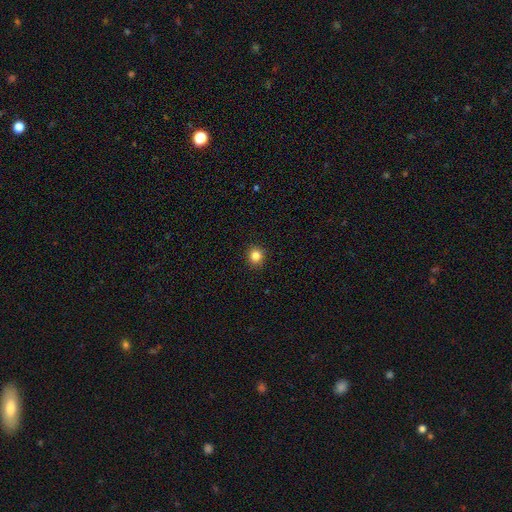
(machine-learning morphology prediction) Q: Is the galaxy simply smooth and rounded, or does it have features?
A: smooth — 83%.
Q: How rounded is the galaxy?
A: round — 86%.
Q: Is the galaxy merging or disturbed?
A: none — 91%.